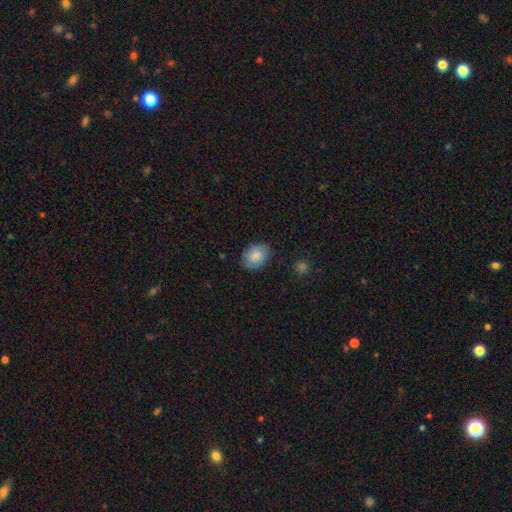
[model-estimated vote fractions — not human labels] Smooth or featured? smooth (83%)
How rounded? in between (67%)
Merging? none (81%)